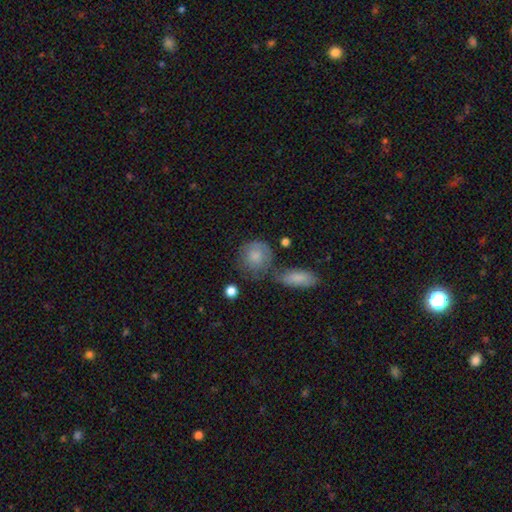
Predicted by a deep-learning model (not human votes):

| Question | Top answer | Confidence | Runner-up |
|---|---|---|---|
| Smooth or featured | smooth | 78% | featured or disk (15%) |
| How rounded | round | 81% | in between (18%) |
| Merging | none | 51% | minor disturbance (20%) |